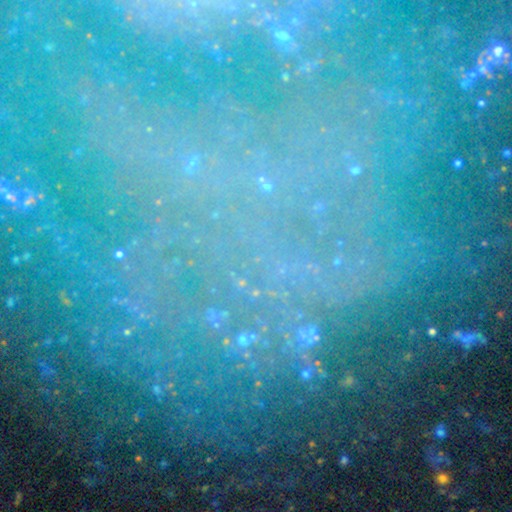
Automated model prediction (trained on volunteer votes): This appears to be a star or artifact, not a galaxy (64%).